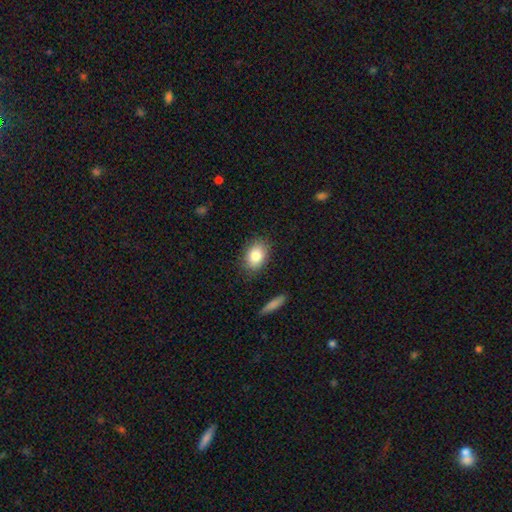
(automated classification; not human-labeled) This appears to be a smooth galaxy with no disk features (82%) that is in between round and cigar-shaped (73%). Merging: none (85%).